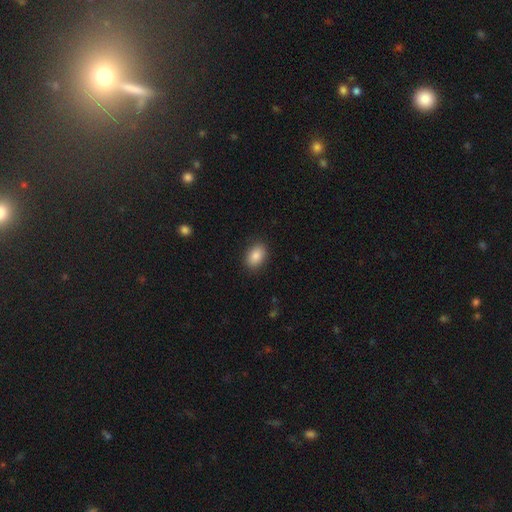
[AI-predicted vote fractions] The model was most divided on "how rounded": in between: 82%, round: 17%, cigar-shaped: 1%. More confident: merging — none (88%); smooth or featured — smooth (86%).